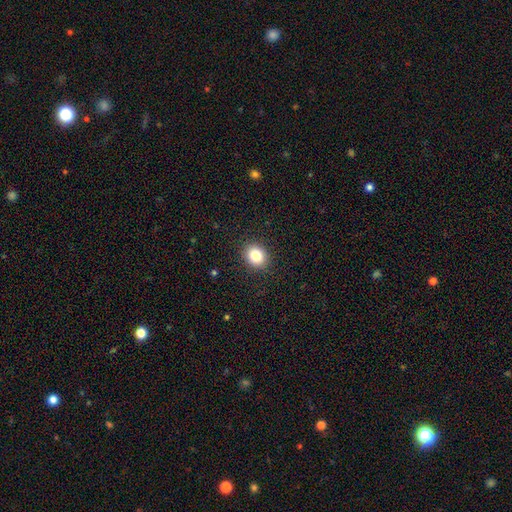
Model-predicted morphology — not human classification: Smooth or featured? Predicted: smooth (p=0.83). How rounded? Predicted: round (p=0.63). Merging? Predicted: none (p=0.90).